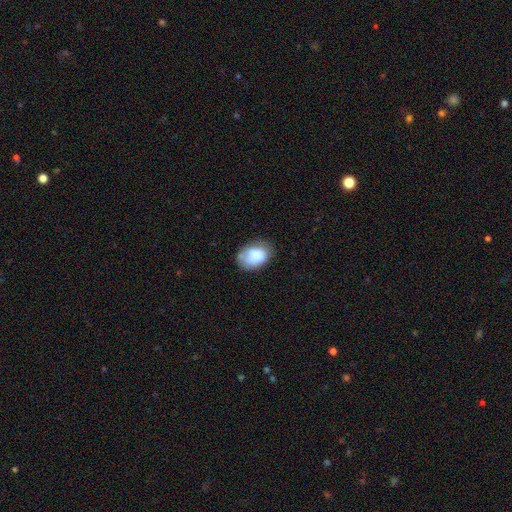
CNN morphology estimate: A smooth galaxy with no disk features (82%) that is in between round and cigar-shaped (78%).

Vote fractions:
- Smooth or featured? smooth: 82% / featured or disk: 11% / star or artifact: 8%
- How rounded? in between: 78% / round: 21% / cigar-shaped: 1%
- Merging? none: 62% / minor disturbance: 26% / major disturbance: 8% / merger: 4%